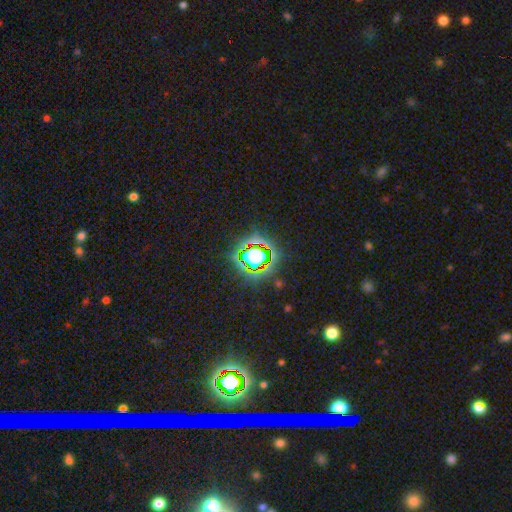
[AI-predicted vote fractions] This is likely a star or artifact rather than a galaxy (66%).